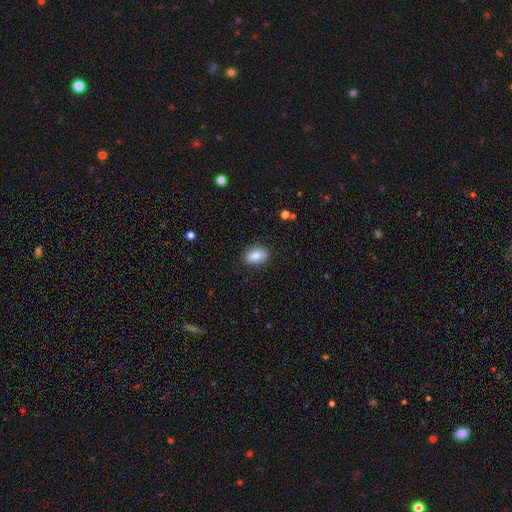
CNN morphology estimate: Smooth or featured? Predicted: smooth (p=0.84). How rounded? Predicted: in between (p=0.88). Merging? Predicted: none (p=0.87).